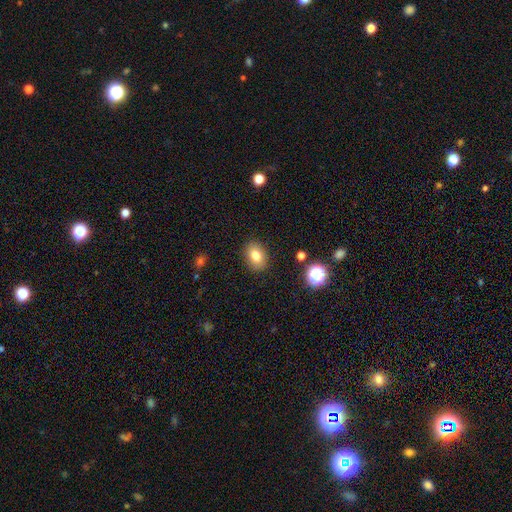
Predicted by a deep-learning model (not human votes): Smooth or featured? smooth (79%)
How rounded? in between (71%)
Merging? none (87%)